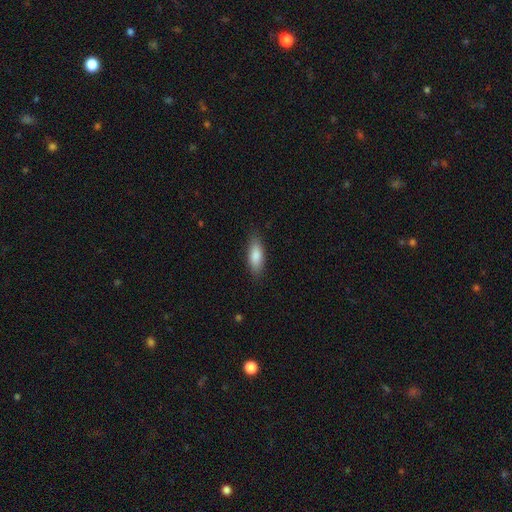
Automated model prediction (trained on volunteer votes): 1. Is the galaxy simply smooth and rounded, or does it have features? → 85% smooth, 9% featured or disk, 6% star or artifact.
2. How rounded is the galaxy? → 71% in between, 27% cigar-shaped, 2% round.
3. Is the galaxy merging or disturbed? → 85% none, 11% minor disturbance, 3% major disturbance, 1% merger.